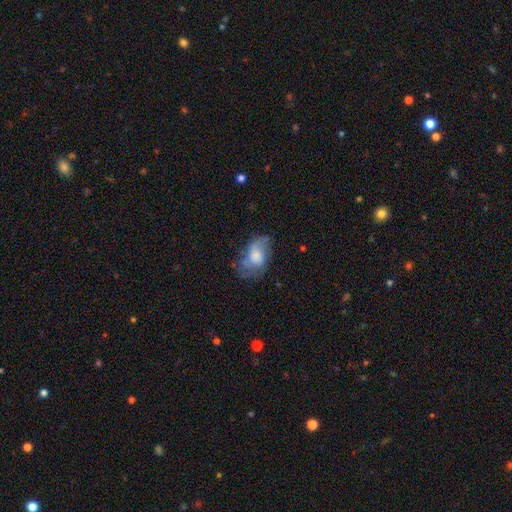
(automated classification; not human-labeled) Q: Smooth or featured?
A: smooth (49%); runner-up: featured or disk (43%)
Q: Merging?
A: none (43%); runner-up: minor disturbance (29%)